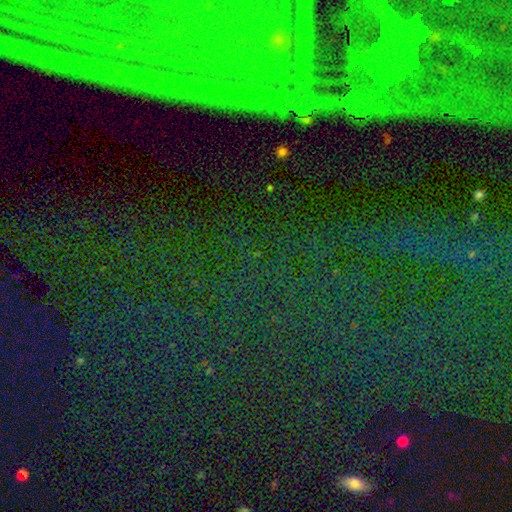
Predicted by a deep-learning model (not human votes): Smooth or featured? star or artifact (79%)